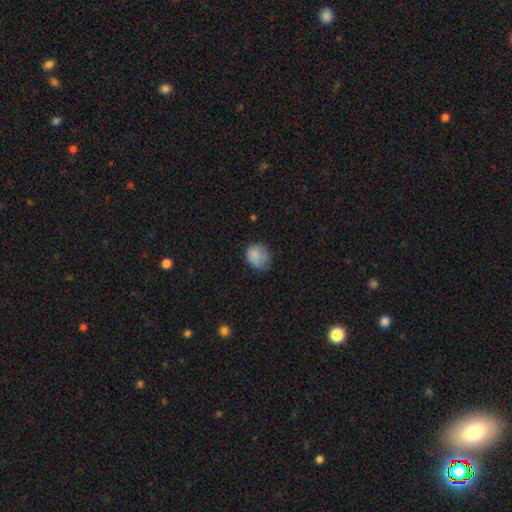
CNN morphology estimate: Overall: smooth (84%). How rounded: round (65%; in between 34%). Merging: none (56%; minor disturbance 32%).